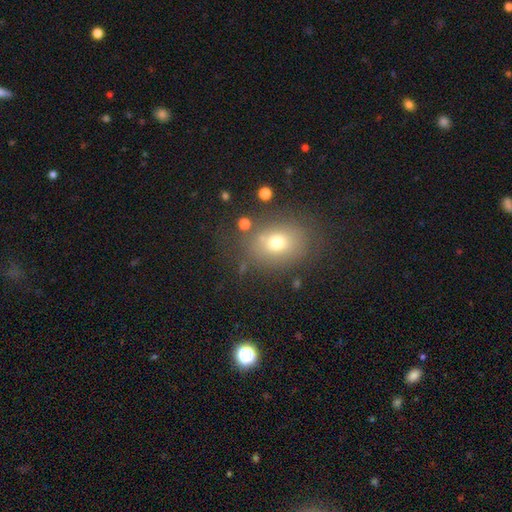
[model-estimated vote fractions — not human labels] Overall: smooth (65%). How rounded: in between (52%; round 47%). Merging: none (82%).